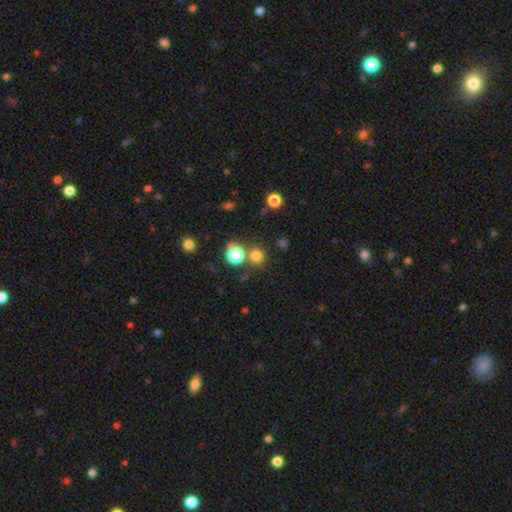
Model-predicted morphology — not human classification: A smooth galaxy with no disk features (73%) that is round (92%).

Vote fractions:
- Smooth or featured? smooth: 73% / star or artifact: 21% / featured or disk: 6%
- How rounded? round: 92% / in between: 7% / cigar-shaped: 1%
- Merging? none: 75% / merger: 14% / minor disturbance: 8% / major disturbance: 4%